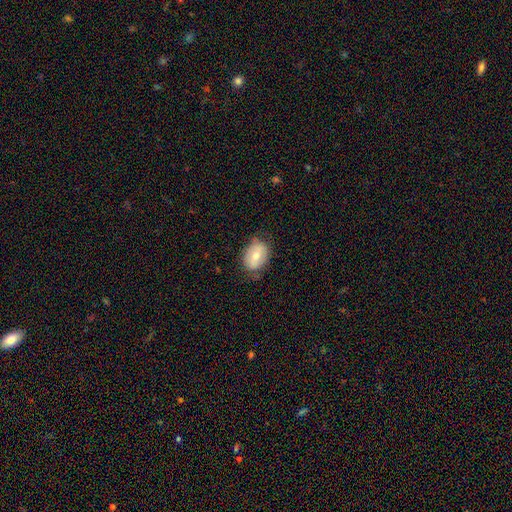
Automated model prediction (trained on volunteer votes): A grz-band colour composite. It shows a smooth galaxy with no disk features (64%) that is in between round and cigar-shaped (71%). Merging: none (70%).